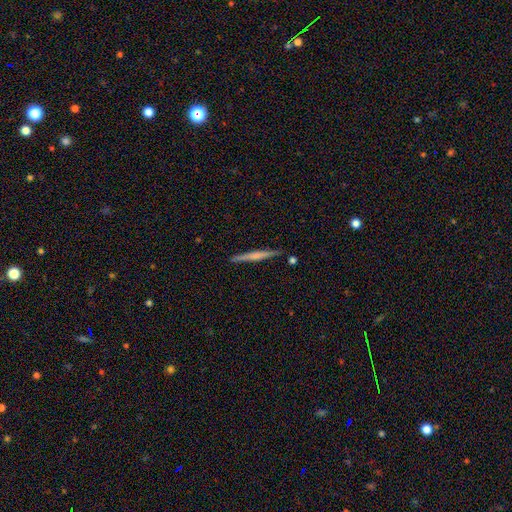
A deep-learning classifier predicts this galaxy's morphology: smooth_or_featured: featured or disk (p=0.50) [alt: smooth p=0.44]
disk_edge_on: yes (p=0.97) [alt: no p=0.03]
merging: none (p=0.88) [alt: minor disturbance p=0.09]